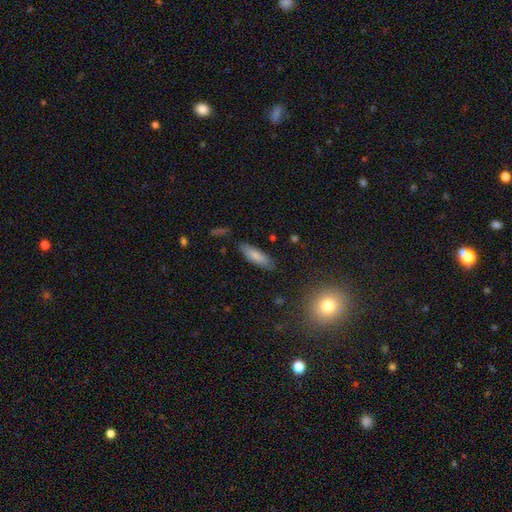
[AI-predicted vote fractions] smooth 78%, featured or disk 14%, star or artifact 7%. Down the decision tree: how rounded — cigar-shaped (51%); merging — none (81%).